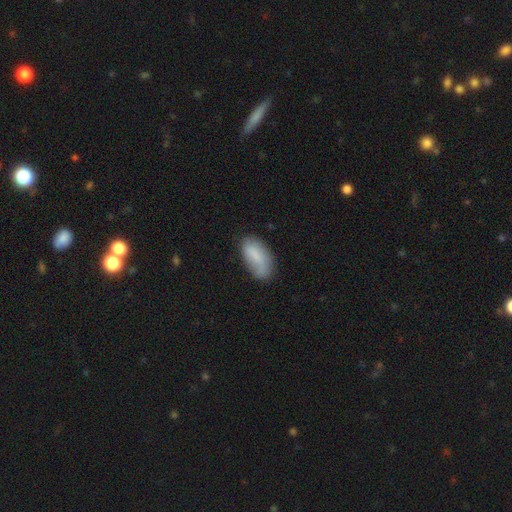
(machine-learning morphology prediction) This is likely a smooth galaxy (77%). How rounded: clearly in between (92%). Merging: likely none (62%).